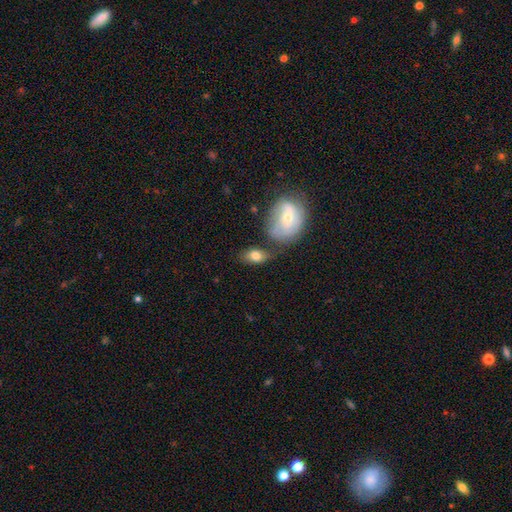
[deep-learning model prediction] Morphology: type=smooth (75%); roundness=in between (87%); merging=none (60%).